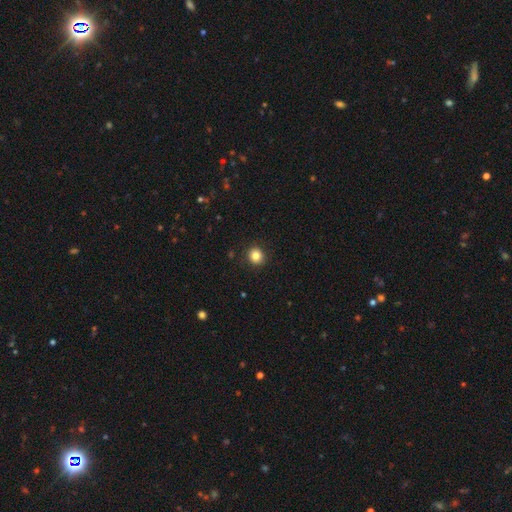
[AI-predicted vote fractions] Smooth or featured? smooth (83%)
How rounded? round (87%)
Merging? none (90%)